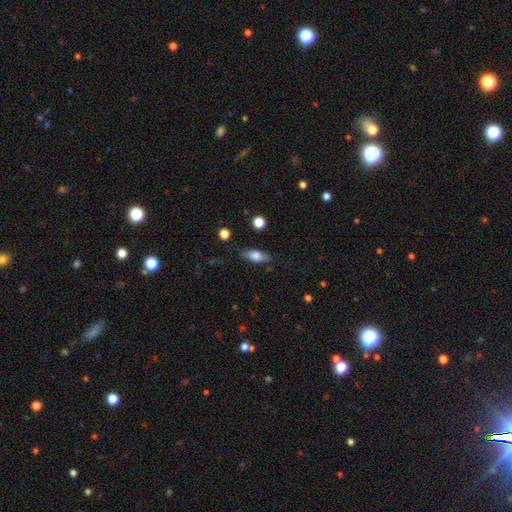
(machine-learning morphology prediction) Smooth or featured? smooth (73%)
How rounded? in between (78%)
Merging? none (79%)